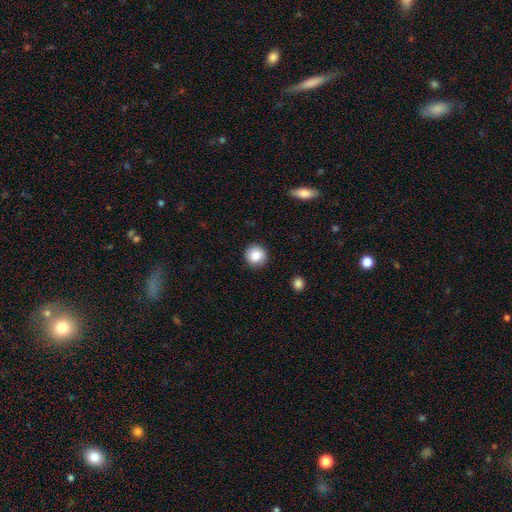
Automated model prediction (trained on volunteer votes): Morphology: type=smooth (84%); roundness=round (93%); merging=none (90%).